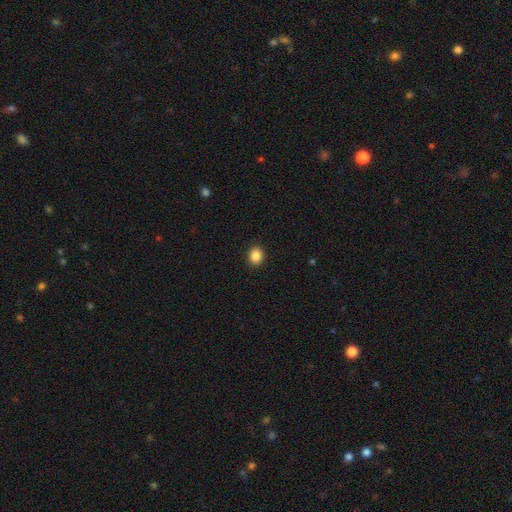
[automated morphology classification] A smooth galaxy with no disk features (87%) that is round (62%).

Vote fractions:
- Smooth or featured? smooth: 87% / star or artifact: 9% / featured or disk: 3%
- How rounded? round: 62% / in between: 37% / cigar-shaped: 1%
- Merging? none: 91% / minor disturbance: 6% / major disturbance: 2% / merger: 1%